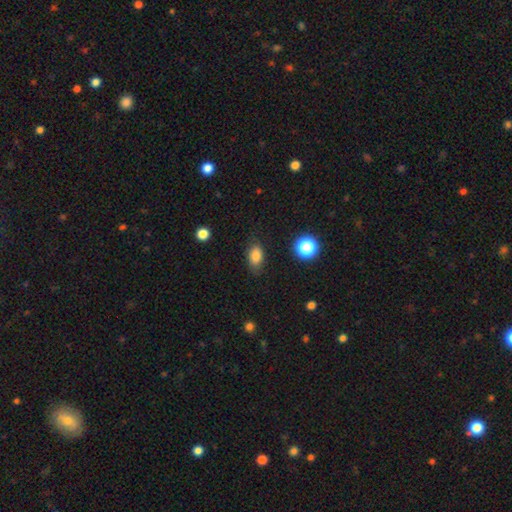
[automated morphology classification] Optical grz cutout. It shows a smooth galaxy with no disk features (83%) that is in between round and cigar-shaped (86%). Merging: none (77%).